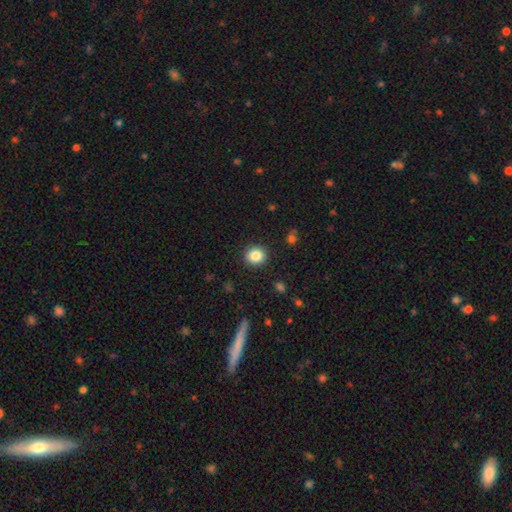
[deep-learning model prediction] A smooth galaxy with no disk features (84%) that is round (84%).

Vote fractions:
- Smooth or featured? smooth: 84% / star or artifact: 10% / featured or disk: 6%
- How rounded? round: 84% / in between: 15% / cigar-shaped: 1%
- Merging? none: 91% / minor disturbance: 6% / major disturbance: 2% / merger: 1%